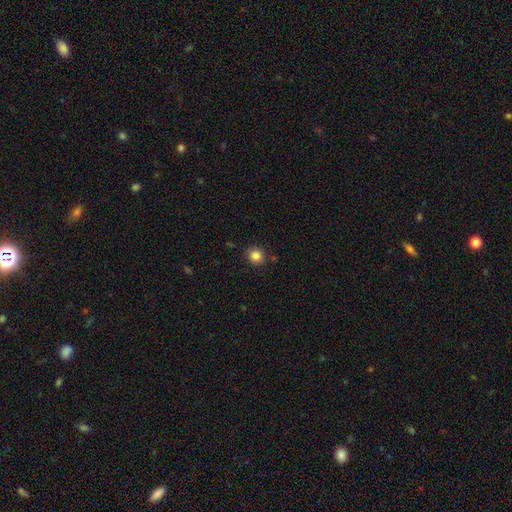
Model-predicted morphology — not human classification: smooth 84%, star or artifact 10%, featured or disk 5%. Down the decision tree: how rounded — round (90%); merging — none (86%).